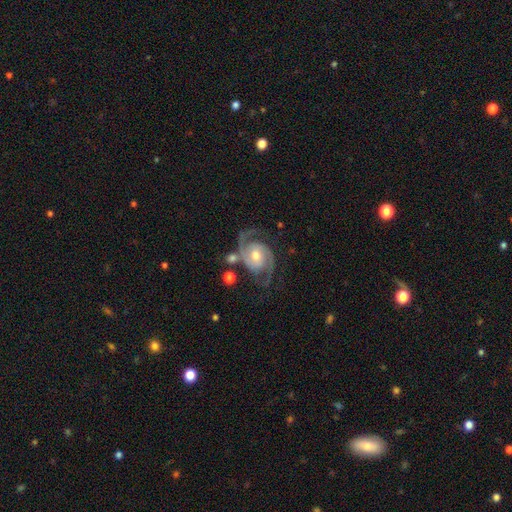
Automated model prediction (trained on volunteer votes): Q: Smooth or featured?
A: featured or disk (92%); runner-up: star or artifact (5%)
Q: Edge-on disk?
A: no (98%); runner-up: yes (2%)
Q: Bar?
A: no (60%); runner-up: weak (31%)
Q: Spiral arms?
A: yes (98%); runner-up: no (2%)
Q: Spiral winding?
A: medium (56%); runner-up: tight (31%)
Q: Spiral arm count?
A: 2 (92%); runner-up: 3 (3%)
Q: Bulge size?
A: moderate (67%); runner-up: small (26%)
Q: Merging?
A: none (72%); runner-up: minor disturbance (15%)